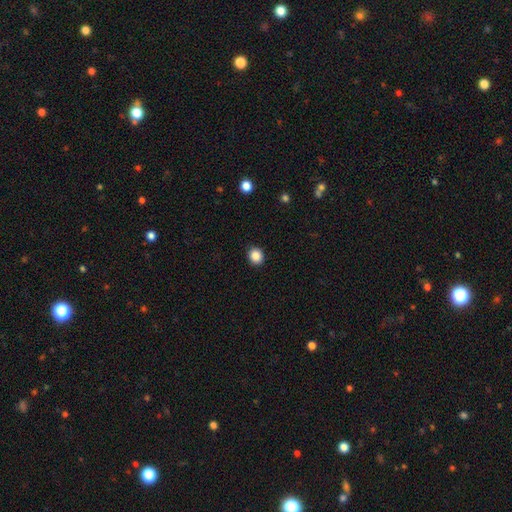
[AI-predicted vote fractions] Smooth or featured? Predicted: smooth (p=0.87). How rounded? Predicted: round (p=0.79). Merging? Predicted: none (p=0.91).